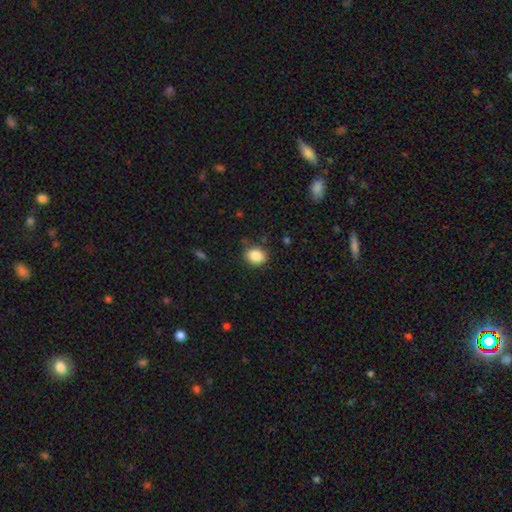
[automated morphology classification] type=smooth (87%); roundness=round (57%); merging=none (83%).